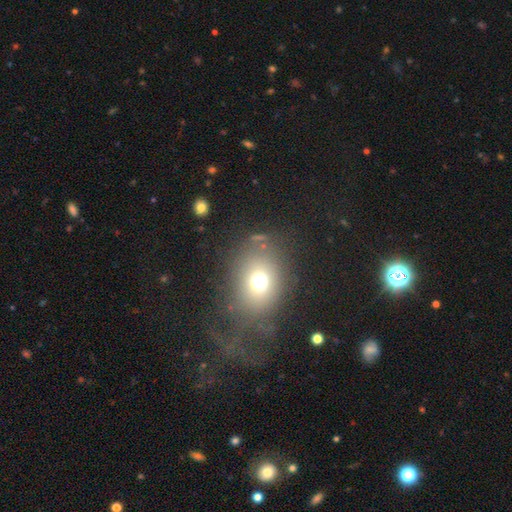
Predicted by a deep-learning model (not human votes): Smooth or featured? Predicted: smooth (p=0.55). How rounded? Predicted: in between (p=0.52). Merging? Predicted: none (p=0.43).